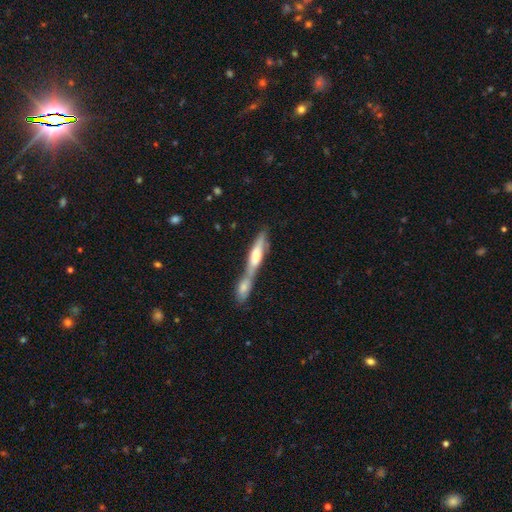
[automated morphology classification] Smooth or featured: featured or disk — 50% (smooth — 42%)
Edge-on disk: yes — 76% (no — 24%)
Merging: merger — 64% (none — 24%)